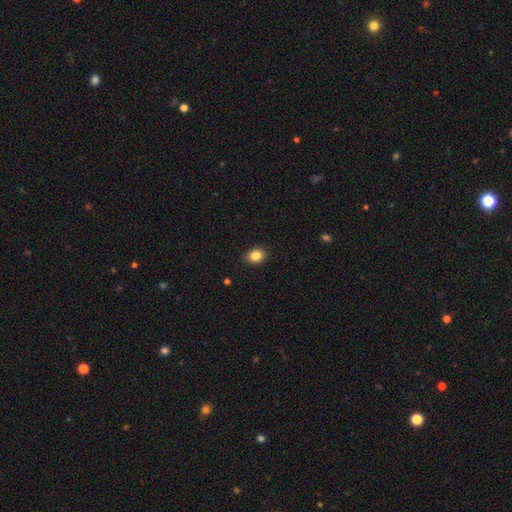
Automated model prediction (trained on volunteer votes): smooth_or_featured: smooth (p=0.85) [alt: star or artifact p=0.10]
how_rounded: in between (p=0.51) [alt: round p=0.48]
merging: none (p=0.88) [alt: minor disturbance p=0.09]